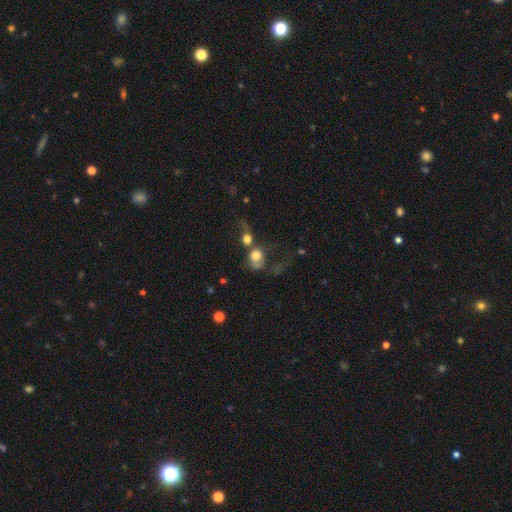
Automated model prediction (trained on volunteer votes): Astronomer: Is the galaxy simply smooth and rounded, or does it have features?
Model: smooth — 66%.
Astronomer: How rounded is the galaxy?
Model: round — 67%.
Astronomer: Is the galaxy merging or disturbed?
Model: merger — 53%.